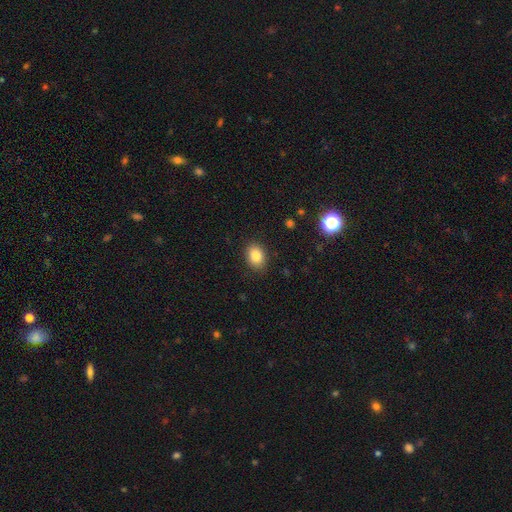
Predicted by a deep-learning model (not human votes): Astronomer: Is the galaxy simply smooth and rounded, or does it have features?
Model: smooth — 84%.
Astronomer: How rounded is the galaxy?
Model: in between — 65%.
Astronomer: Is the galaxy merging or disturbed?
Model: none — 87%.